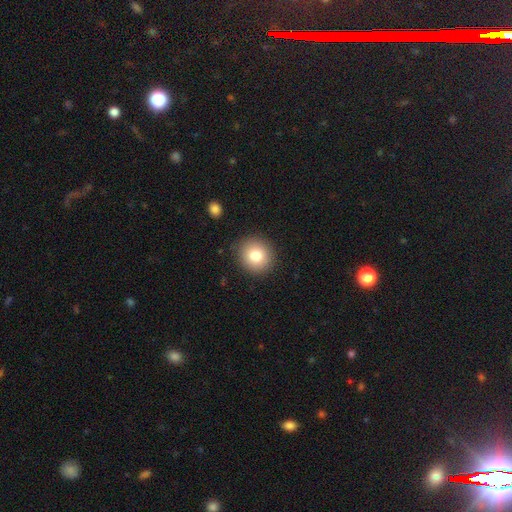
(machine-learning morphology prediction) Smooth or featured? Predicted: smooth (p=0.80). How rounded? Predicted: round (p=0.88). Merging? Predicted: none (p=0.88).